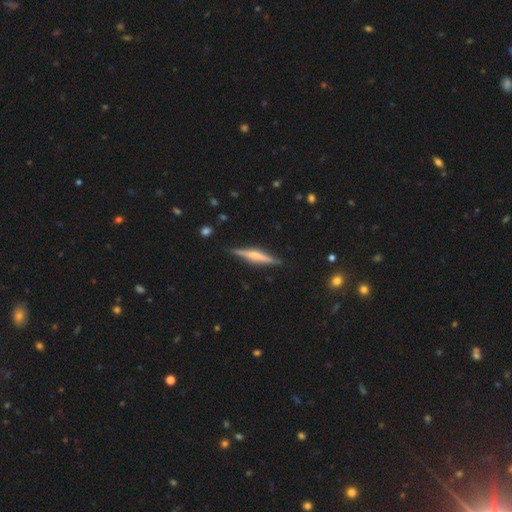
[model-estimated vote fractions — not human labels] Q: Smooth or featured?
A: featured or disk (67%); runner-up: smooth (26%)
Q: Edge-on disk?
A: yes (97%); runner-up: no (3%)
Q: Edge-on bulge?
A: rounded (65%); runner-up: boxy (21%)
Q: Merging?
A: none (88%); runner-up: minor disturbance (9%)